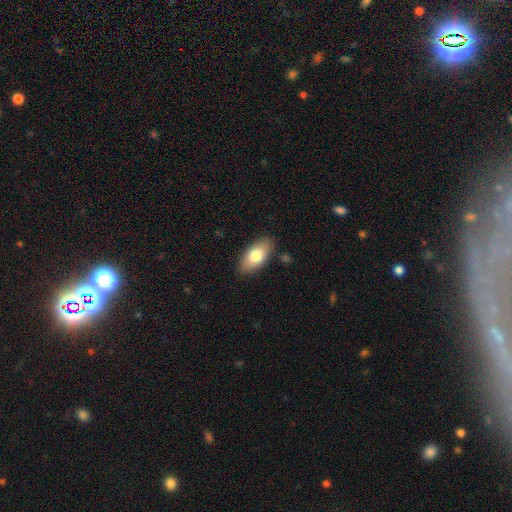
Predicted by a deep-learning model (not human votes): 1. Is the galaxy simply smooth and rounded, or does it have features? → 78% smooth, 16% featured or disk, 6% star or artifact.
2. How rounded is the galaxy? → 92% in between, 5% cigar-shaped, 3% round.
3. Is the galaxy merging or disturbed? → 86% none, 10% minor disturbance, 2% major disturbance, 2% merger.